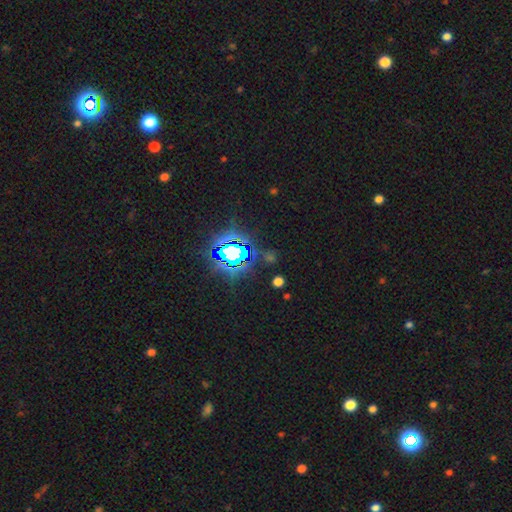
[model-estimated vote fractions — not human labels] Overall: star or artifact (83%).